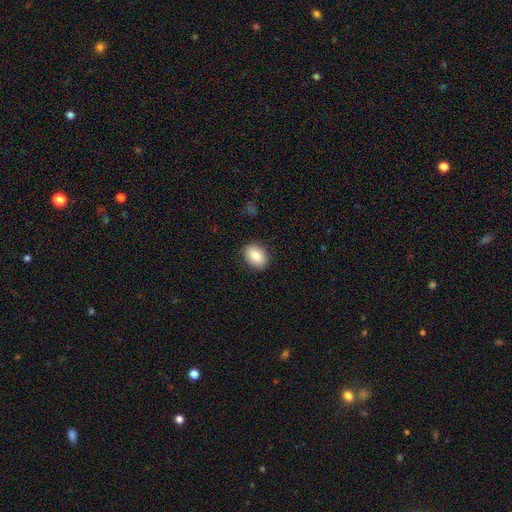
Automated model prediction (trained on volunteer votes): Q: Smooth or featured?
A: smooth (85%); runner-up: featured or disk (8%)
Q: How rounded?
A: in between (75%); runner-up: round (24%)
Q: Merging?
A: none (88%); runner-up: minor disturbance (8%)